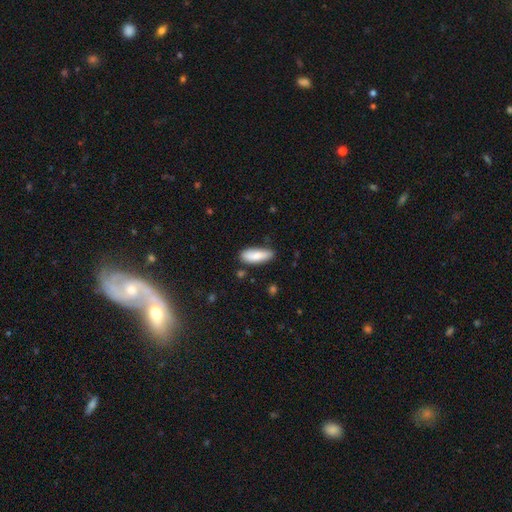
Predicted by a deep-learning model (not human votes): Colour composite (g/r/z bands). It shows a smooth galaxy with no disk features (82%) that is in between round and cigar-shaped (65%). Merging: none (74%).